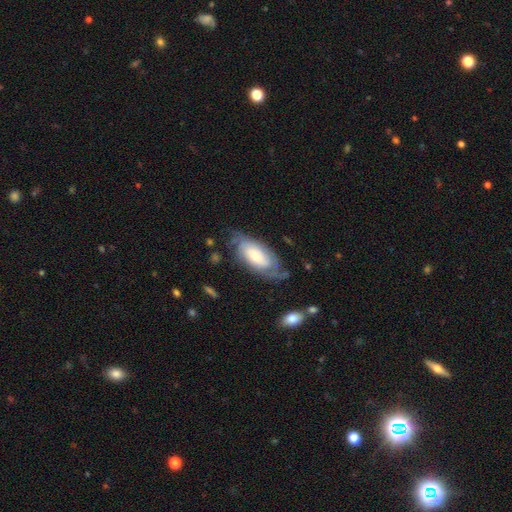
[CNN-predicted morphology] The model was most divided on "bulge size": moderate: 38%, small: 34%, large: 20%, none: 4%, dominant: 3%. More confident: edge-on disk — no (91%); spiral arms — yes (87%); smooth or featured — featured or disk (62%); bar — no (60%); merging — none (59%).